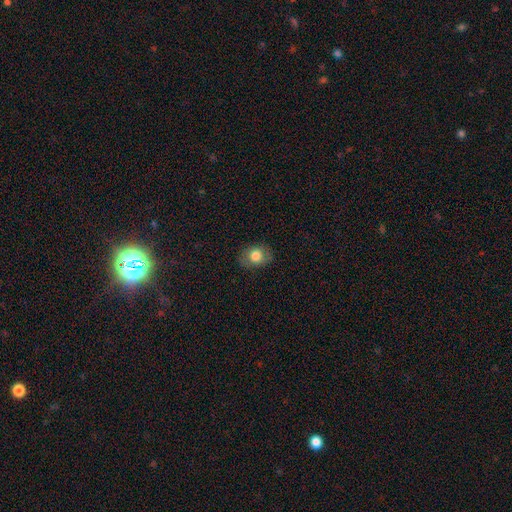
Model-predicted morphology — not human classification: A smooth galaxy with no disk features (76%) that is in between round and cigar-shaped (56%).

Vote fractions:
- Smooth or featured? smooth: 76% / featured or disk: 15% / star or artifact: 8%
- How rounded? in between: 56% / round: 43% / cigar-shaped: 1%
- Merging? none: 82% / minor disturbance: 13% / major disturbance: 4% / merger: 1%